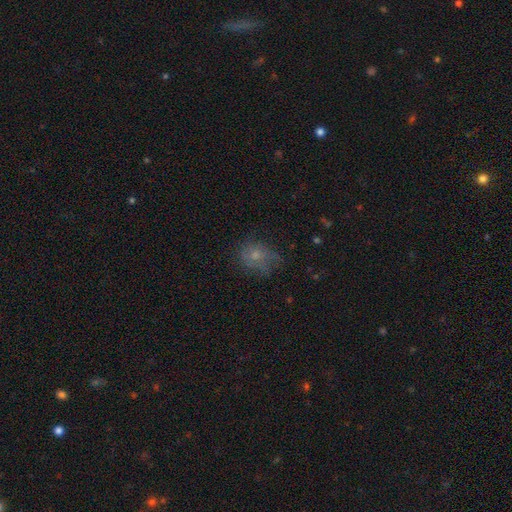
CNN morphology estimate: This appears to be a smooth galaxy with no disk features (63%) that is round (57%). Merging: none (53%).